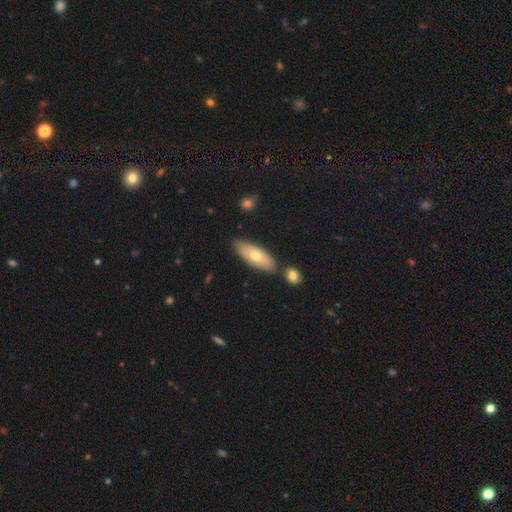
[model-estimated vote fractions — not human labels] This is likely a smooth galaxy (68%). How rounded: likely in between (74%). Merging: likely none (78%).